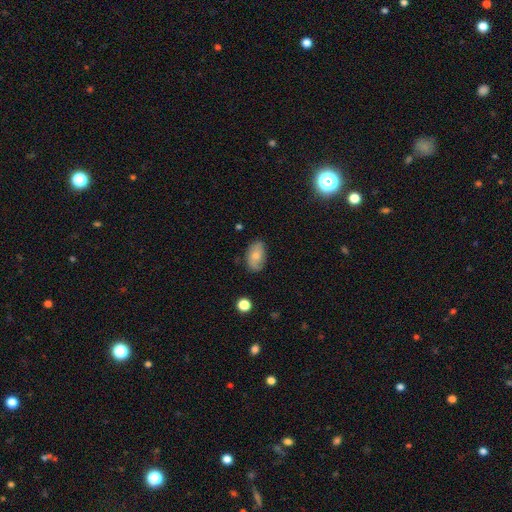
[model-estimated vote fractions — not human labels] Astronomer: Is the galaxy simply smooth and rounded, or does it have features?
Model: smooth — 67%.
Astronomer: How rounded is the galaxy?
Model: in between — 90%.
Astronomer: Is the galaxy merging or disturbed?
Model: none — 74%.